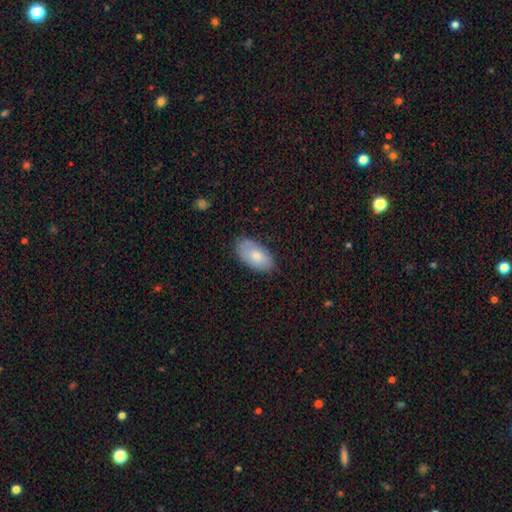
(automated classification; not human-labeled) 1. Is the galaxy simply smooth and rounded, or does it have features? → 74% smooth, 19% featured or disk, 6% star or artifact.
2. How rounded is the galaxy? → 94% in between, 4% round, 2% cigar-shaped.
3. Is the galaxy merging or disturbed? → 79% none, 17% minor disturbance, 3% major disturbance, 1% merger.